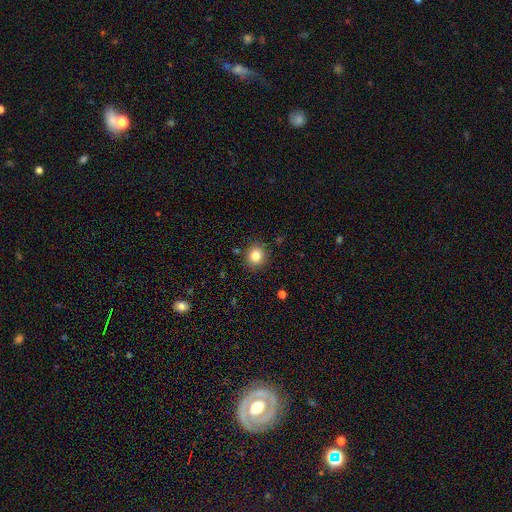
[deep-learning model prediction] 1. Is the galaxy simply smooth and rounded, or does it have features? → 83% smooth, 11% star or artifact, 6% featured or disk.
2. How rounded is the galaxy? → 84% round, 15% in between, 1% cigar-shaped.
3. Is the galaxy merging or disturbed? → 88% none, 8% minor disturbance, 2% major disturbance, 2% merger.